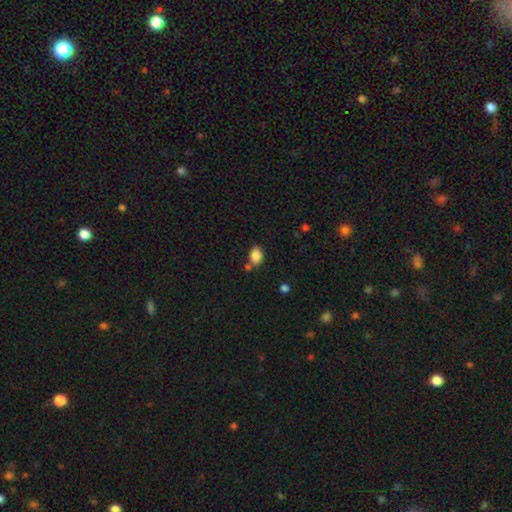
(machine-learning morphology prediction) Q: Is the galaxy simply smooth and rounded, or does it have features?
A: smooth — 85%.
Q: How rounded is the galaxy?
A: in between — 80%.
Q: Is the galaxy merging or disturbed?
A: none — 66%.